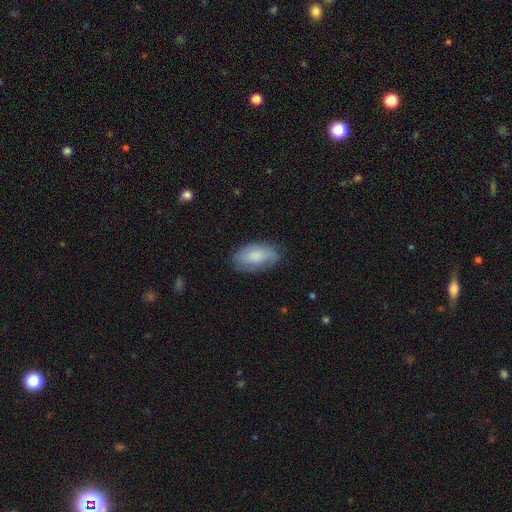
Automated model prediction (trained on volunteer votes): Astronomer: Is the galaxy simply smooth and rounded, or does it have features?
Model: smooth — 69%.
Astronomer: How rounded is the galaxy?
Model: in between — 93%.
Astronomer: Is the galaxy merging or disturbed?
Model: none — 75%.